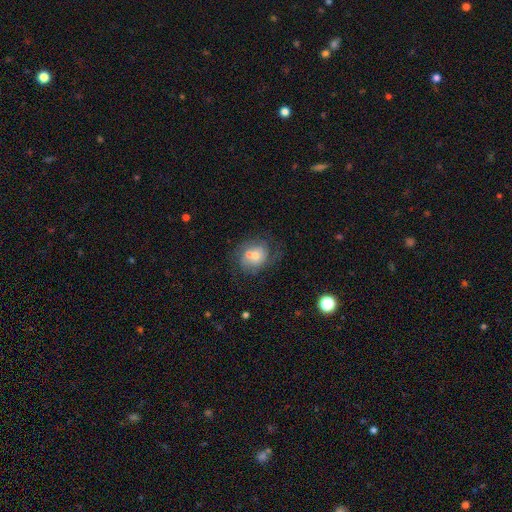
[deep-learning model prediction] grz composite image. It shows a smooth galaxy with no disk features (48%). Merging: none (41%).